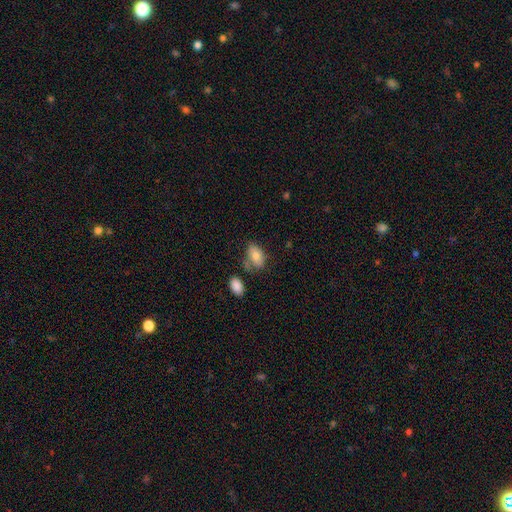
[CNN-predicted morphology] type=smooth (75%); roundness=in between (90%); merging=none (49%).